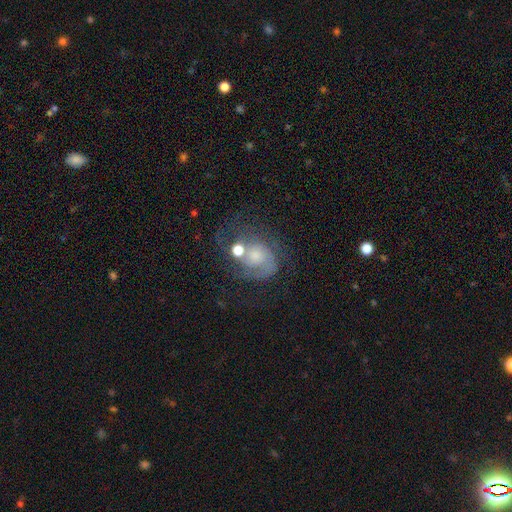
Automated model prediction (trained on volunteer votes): featured or disk 65%, smooth 24%, star or artifact 11%. Down the decision tree: edge-on disk — no (98%); bar — no (76%); spiral arms — yes (85%); spiral arm count — 2 (42%); spiral winding — medium (43%); bulge size — moderate (43%); merging — none (39%).